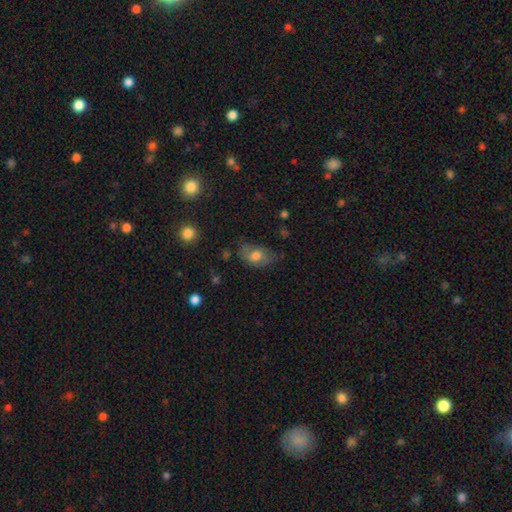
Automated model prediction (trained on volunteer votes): smooth-or-featured: smooth: 67% | featured or disk: 24% | star or artifact: 10%
  how-rounded: in between: 84% | round: 14% | cigar-shaped: 2%
  merging: none: 54% | minor disturbance: 31% | major disturbance: 12% | merger: 3%